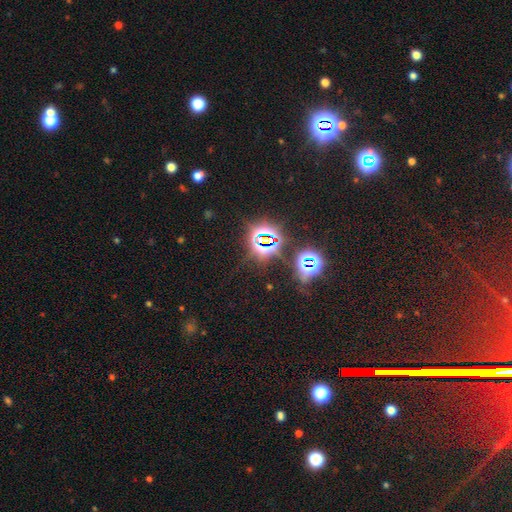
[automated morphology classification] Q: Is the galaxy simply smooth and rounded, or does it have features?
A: star or artifact — 77%.